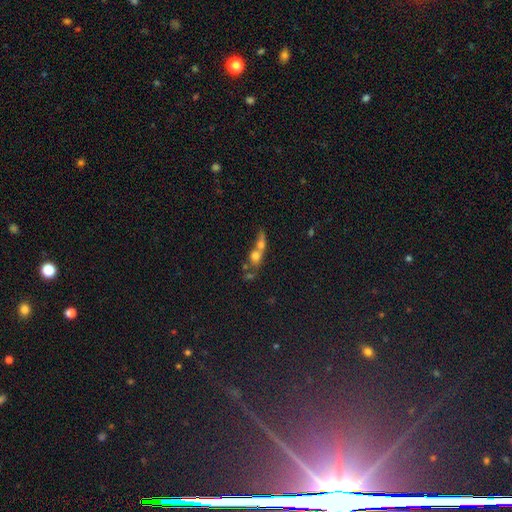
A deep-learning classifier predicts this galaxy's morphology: This is likely a smooth galaxy (62%). How rounded: possibly round (49%). Merging: likely merger (71%).